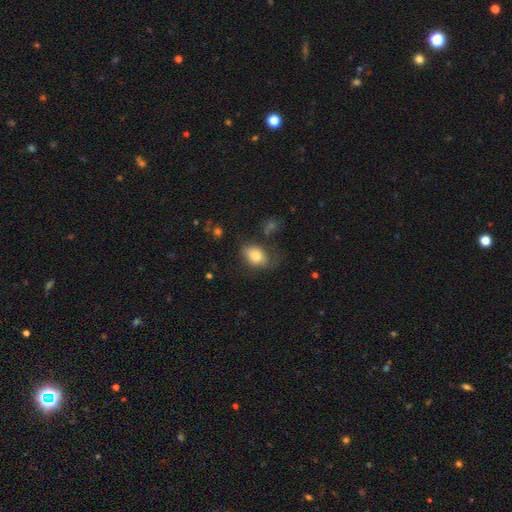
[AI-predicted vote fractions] Overall: smooth (79%). How rounded: in between (80%). Merging: none (57%; minor disturbance 26%).